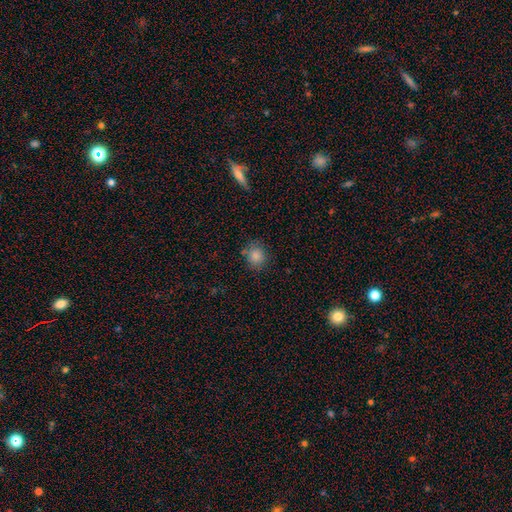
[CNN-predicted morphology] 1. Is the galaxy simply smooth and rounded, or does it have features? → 85% smooth, 11% star or artifact, 5% featured or disk.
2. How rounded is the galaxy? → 75% round, 24% in between, 1% cigar-shaped.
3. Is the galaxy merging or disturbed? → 77% none, 15% minor disturbance, 5% merger, 4% major disturbance.